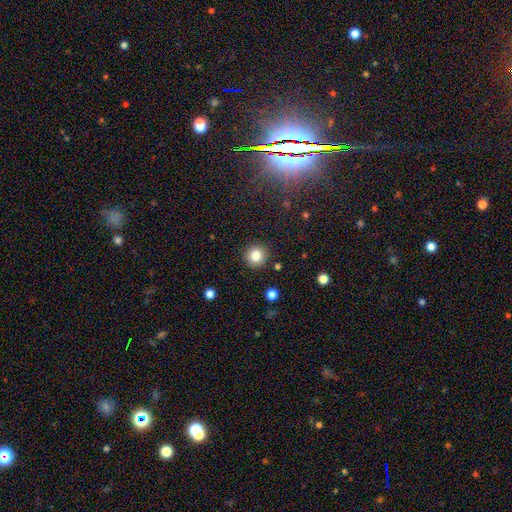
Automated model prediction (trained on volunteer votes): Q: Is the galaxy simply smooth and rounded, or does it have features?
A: smooth — 83%.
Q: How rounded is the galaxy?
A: round — 93%.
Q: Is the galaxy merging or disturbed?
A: none — 90%.